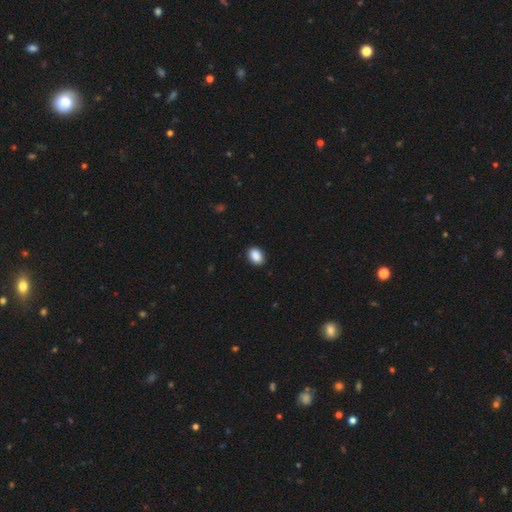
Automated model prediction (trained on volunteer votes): smooth 89%, star or artifact 8%, featured or disk 3%. Down the decision tree: how rounded — in between (74%); merging — none (88%).